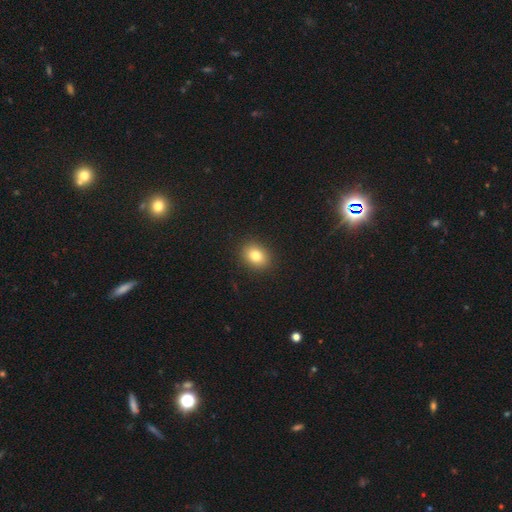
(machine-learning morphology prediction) Smooth or featured? Predicted: smooth (p=0.81). How rounded? Predicted: in between (p=0.54). Merging? Predicted: none (p=0.90).